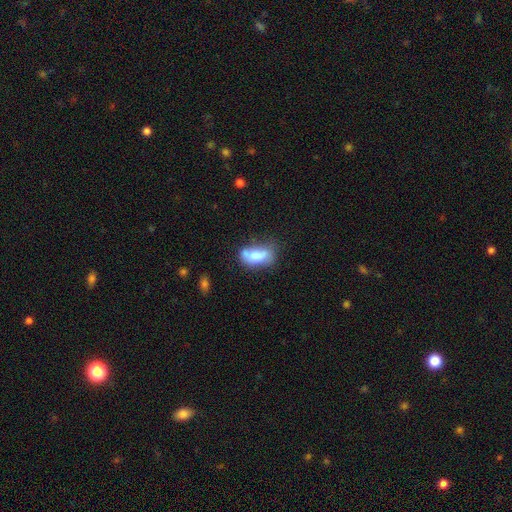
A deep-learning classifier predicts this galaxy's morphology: Q: Smooth or featured?
A: smooth (70%); runner-up: featured or disk (22%)
Q: How rounded?
A: in between (85%); runner-up: cigar-shaped (10%)
Q: Merging?
A: none (41%); runner-up: minor disturbance (28%)